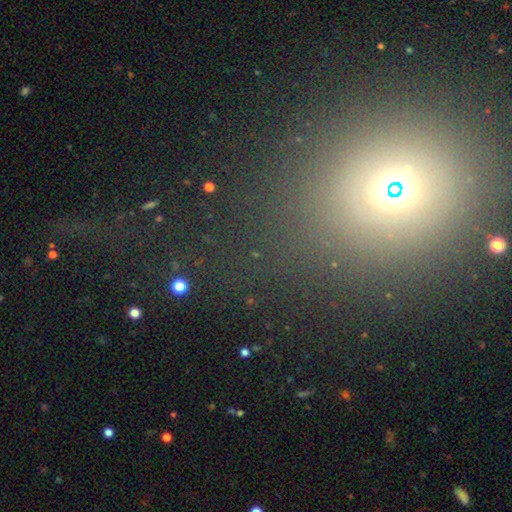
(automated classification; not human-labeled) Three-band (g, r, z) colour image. It shows a star or artifact, not a galaxy (55%).